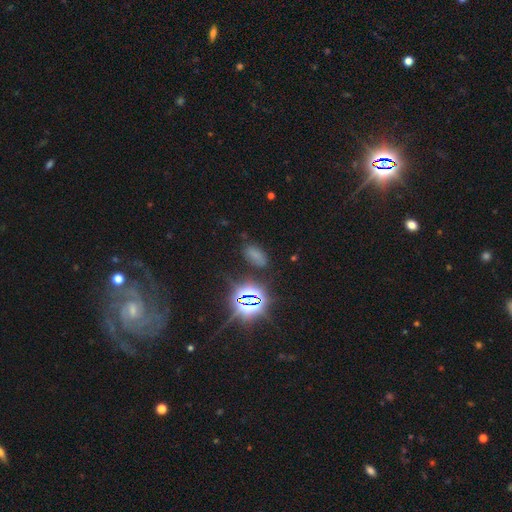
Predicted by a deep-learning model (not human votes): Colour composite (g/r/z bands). It shows a smooth galaxy with no disk features (57%) that is in between round and cigar-shaped (88%). Merging: none (77%).